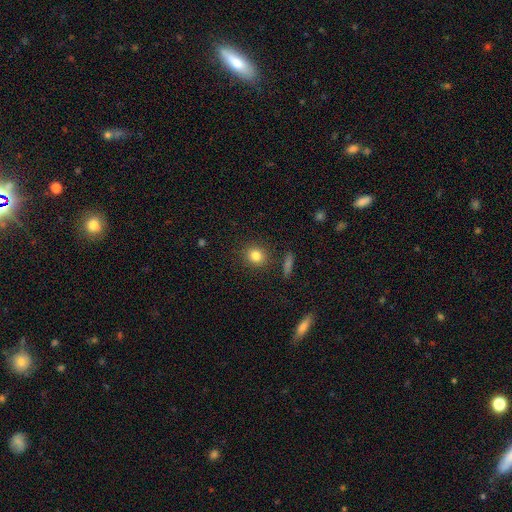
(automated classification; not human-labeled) Overall: smooth (83%). How rounded: round (80%). Merging: none (87%).